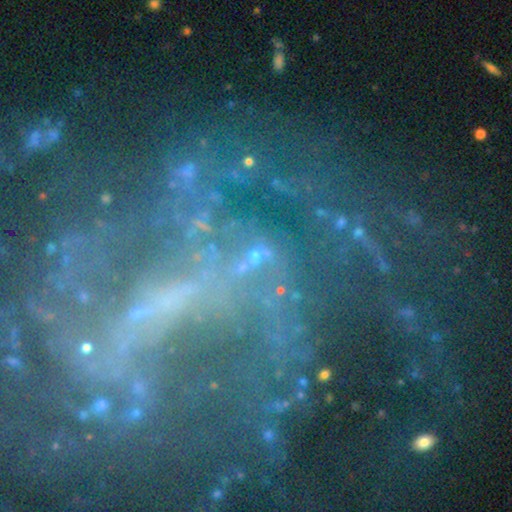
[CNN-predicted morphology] star or artifact 49%, featured or disk 33%, smooth 18%.